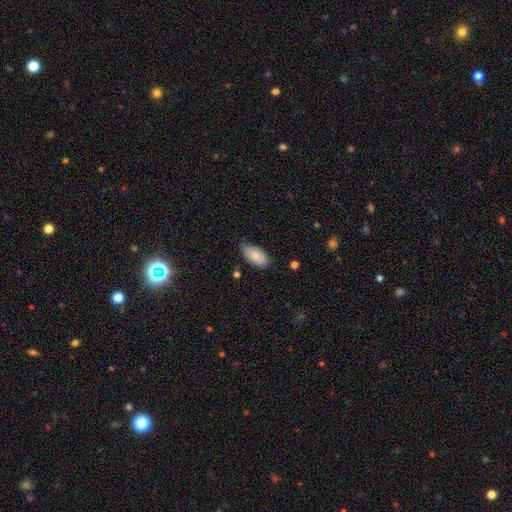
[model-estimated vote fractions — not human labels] smooth-or-featured: smooth: 82% | featured or disk: 12% | star or artifact: 7%
  how-rounded: in between: 94% | round: 3% | cigar-shaped: 3%
  merging: none: 70% | minor disturbance: 25% | major disturbance: 3% | merger: 2%